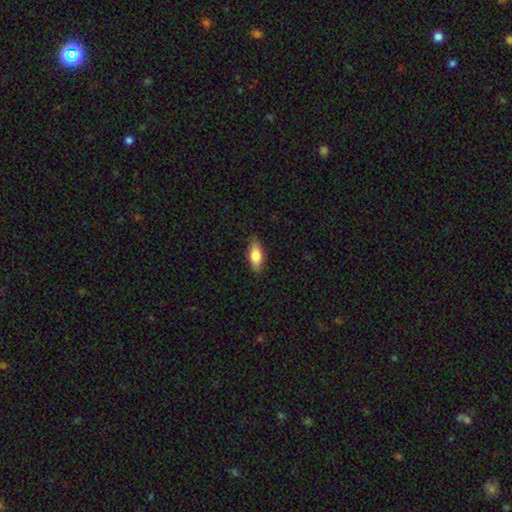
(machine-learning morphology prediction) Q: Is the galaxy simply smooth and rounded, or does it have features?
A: smooth — 78%.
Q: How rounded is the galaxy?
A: in between — 79%.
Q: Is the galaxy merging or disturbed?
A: none — 85%.